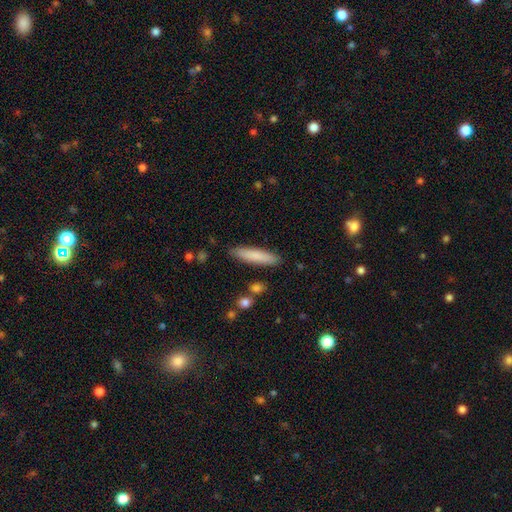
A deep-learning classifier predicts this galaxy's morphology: This is clearly a smooth galaxy (81%). How rounded: clearly cigar-shaped (84%). Merging: clearly none (88%).